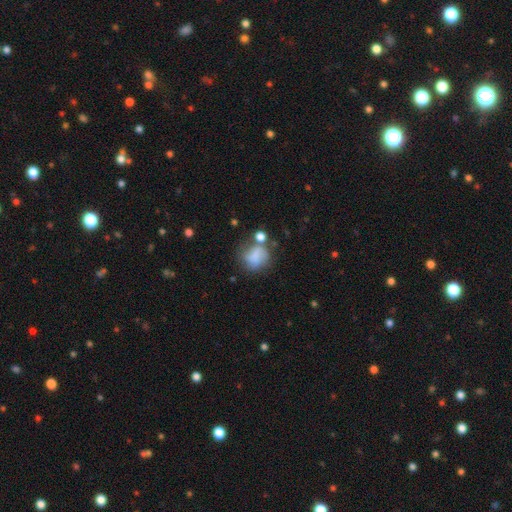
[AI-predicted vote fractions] smooth 66%, featured or disk 23%, star or artifact 11%. Down the decision tree: how rounded — round (62%); merging — none (38%).